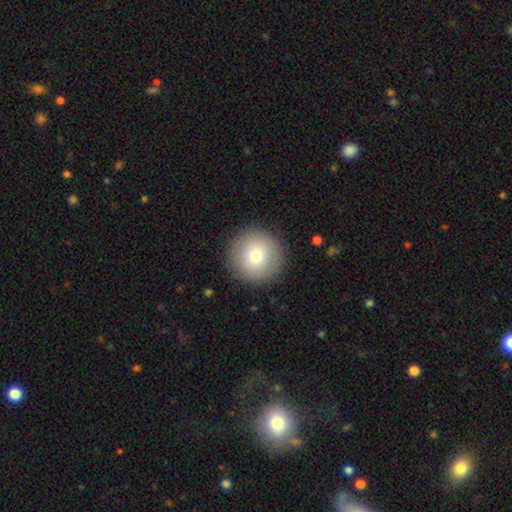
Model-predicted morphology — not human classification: Q: Smooth or featured?
A: smooth (76%); runner-up: featured or disk (15%)
Q: How rounded?
A: round (97%); runner-up: in between (2%)
Q: Merging?
A: none (91%); runner-up: minor disturbance (6%)